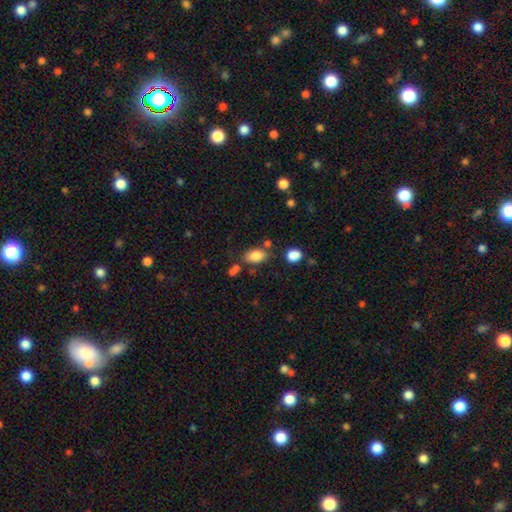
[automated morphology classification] Overall: smooth (84%). How rounded: in between (88%). Merging: none (70%).